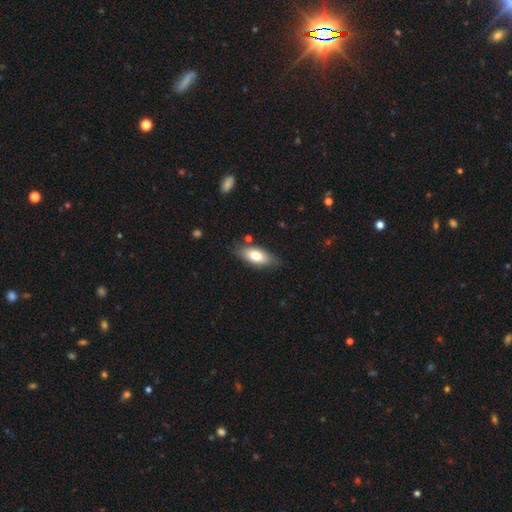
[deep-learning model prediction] Q: Smooth or featured?
A: smooth (77%); runner-up: featured or disk (17%)
Q: How rounded?
A: in between (81%); runner-up: cigar-shaped (17%)
Q: Merging?
A: none (79%); runner-up: minor disturbance (15%)